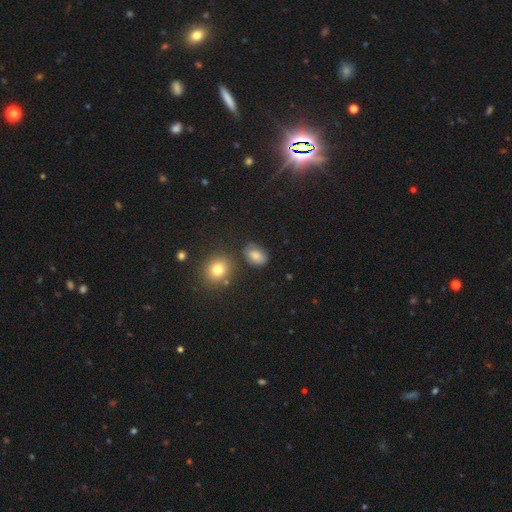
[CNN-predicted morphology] The model was most divided on "merging": none: 73%, minor disturbance: 18%, major disturbance: 5%, merger: 5%. More confident: how rounded — in between (78%); smooth or featured — smooth (78%).